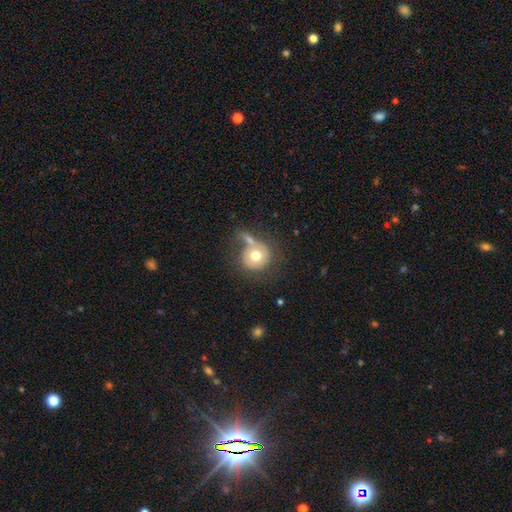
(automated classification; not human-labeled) Overall: smooth (66%; featured or disk 27%). How rounded: round (88%). Merging: none (40%; merger 26%).